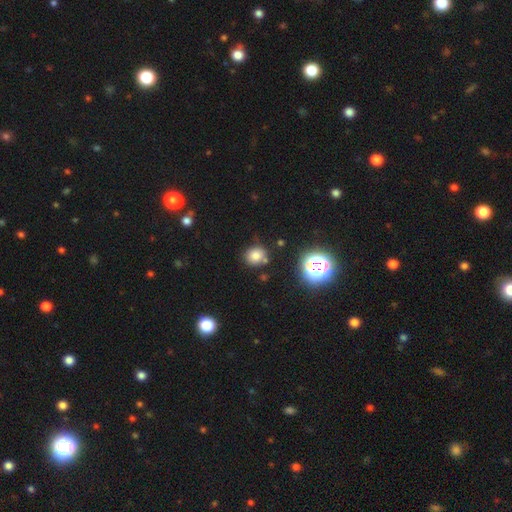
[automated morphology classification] smooth_or_featured: smooth (p=0.75) [alt: star or artifact p=0.17]
how_rounded: round (p=0.80) [alt: in between p=0.19]
merging: none (p=0.76) [alt: minor disturbance p=0.14]